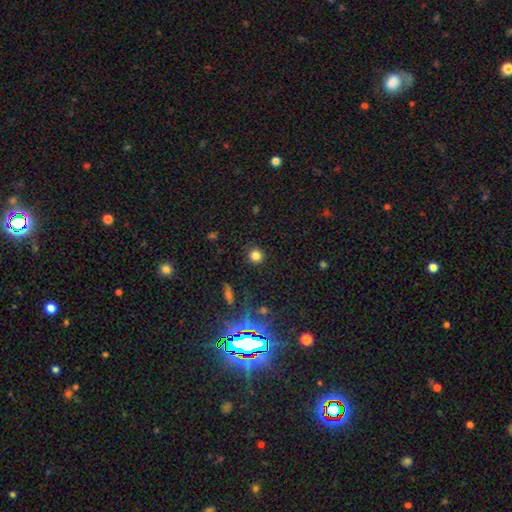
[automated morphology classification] Smooth or featured? Predicted: smooth (p=0.81). How rounded? Predicted: round (p=0.92). Merging? Predicted: none (p=0.90).